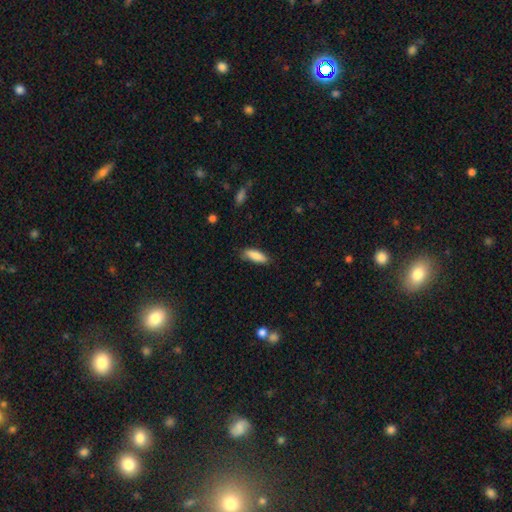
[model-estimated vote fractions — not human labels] This appears to be a smooth galaxy with no disk features (86%) that is in between round and cigar-shaped (61%). Merging: none (80%).